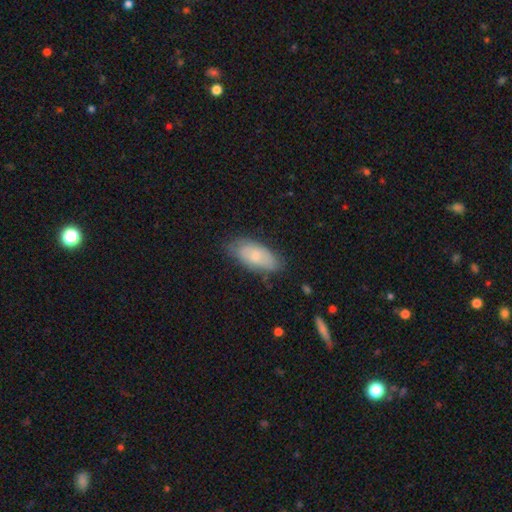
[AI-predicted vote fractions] smooth 68%, featured or disk 25%, star or artifact 6%. Down the decision tree: how rounded — in between (88%); merging — none (73%).